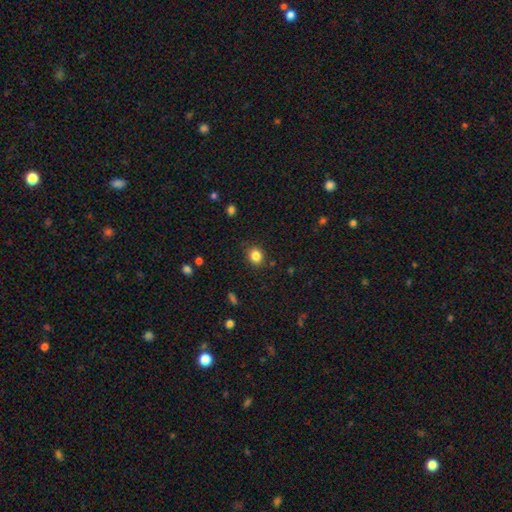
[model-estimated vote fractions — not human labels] smooth 84%, star or artifact 11%, featured or disk 5%. Down the decision tree: how rounded — round (69%); merging — none (85%).